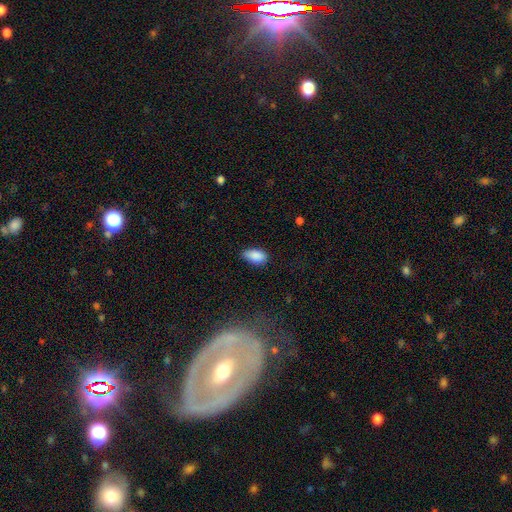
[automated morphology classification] Smooth or featured?
  - smooth: 89% *
  - star or artifact: 7%
  - featured or disk: 4%
How rounded?
  - in between: 93% *
  - round: 4%
  - cigar-shaped: 3%
Merging?
  - none: 74% *
  - minor disturbance: 21%
  - major disturbance: 3%
  - merger: 1%